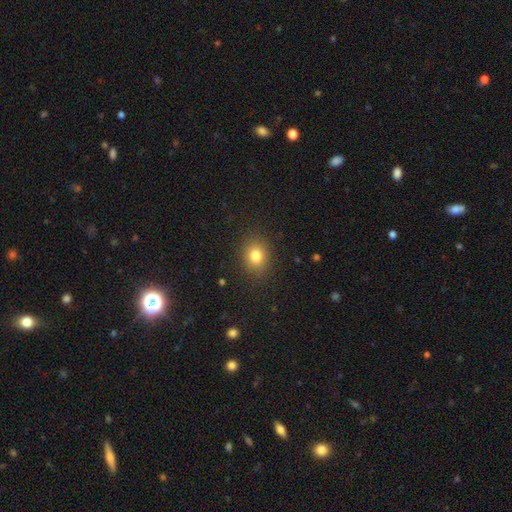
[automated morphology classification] Smooth or featured? smooth (80%)
How rounded? round (58%)
Merging? none (87%)